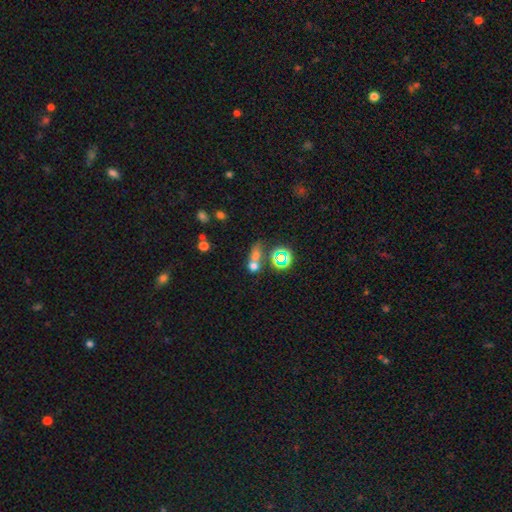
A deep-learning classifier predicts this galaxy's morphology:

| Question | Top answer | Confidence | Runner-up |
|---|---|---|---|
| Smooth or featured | smooth | 54% | star or artifact (32%) |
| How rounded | round | 59% | in between (35%) |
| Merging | merger | 42% | none (40%) |